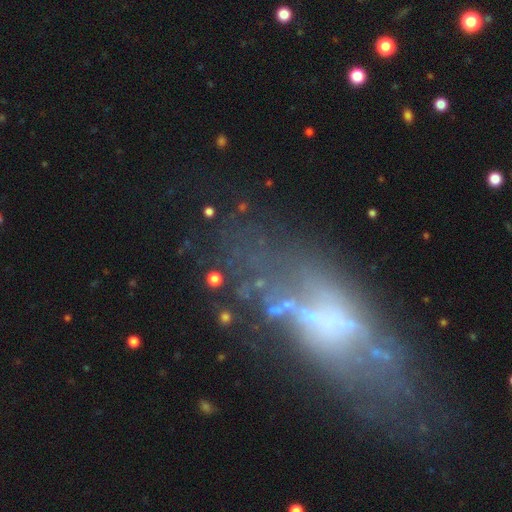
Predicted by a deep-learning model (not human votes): This appears to be a featured or disk galaxy (57%). Merging: none (46%).